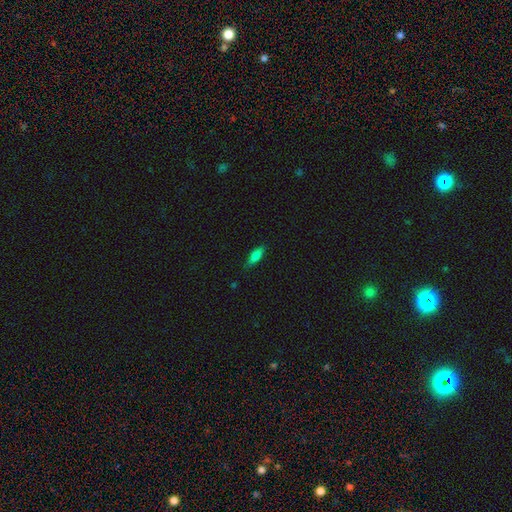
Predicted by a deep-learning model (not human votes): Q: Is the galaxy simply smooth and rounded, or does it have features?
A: smooth — 75%.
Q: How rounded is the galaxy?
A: in between — 51%.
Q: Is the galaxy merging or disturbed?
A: none — 80%.